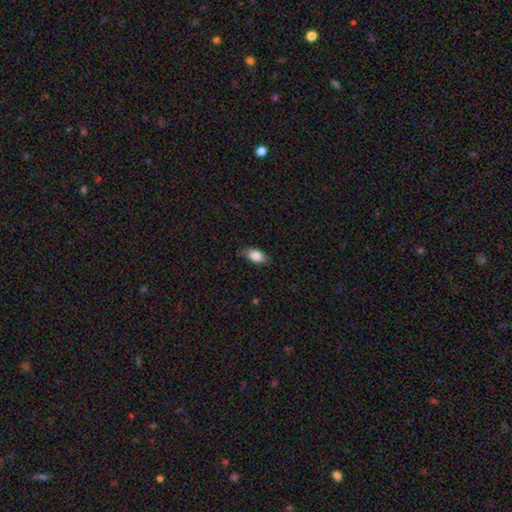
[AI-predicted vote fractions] A smooth galaxy with no disk features (85%) that is in between round and cigar-shaped (90%).

Vote fractions:
- Smooth or featured? smooth: 85% / star or artifact: 7% / featured or disk: 7%
- How rounded? in between: 90% / round: 5% / cigar-shaped: 5%
- Merging? none: 83% / minor disturbance: 14% / major disturbance: 3% / merger: 1%